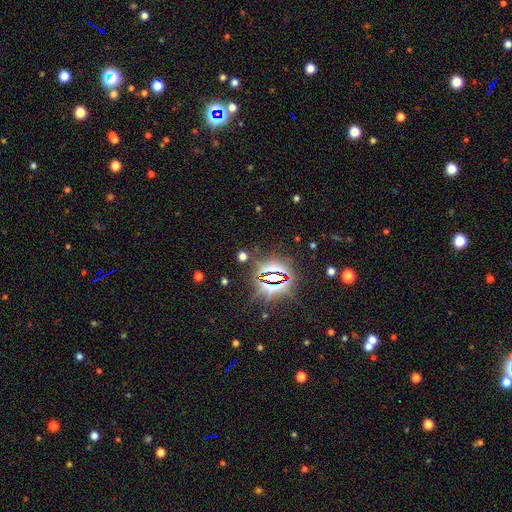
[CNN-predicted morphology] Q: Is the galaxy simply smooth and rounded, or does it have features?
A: star or artifact — 84%.